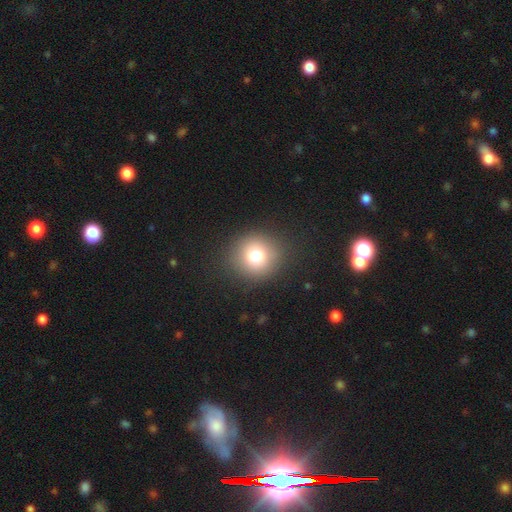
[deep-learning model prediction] This is likely a smooth galaxy (76%). How rounded: clearly round (91%). Merging: clearly none (89%).